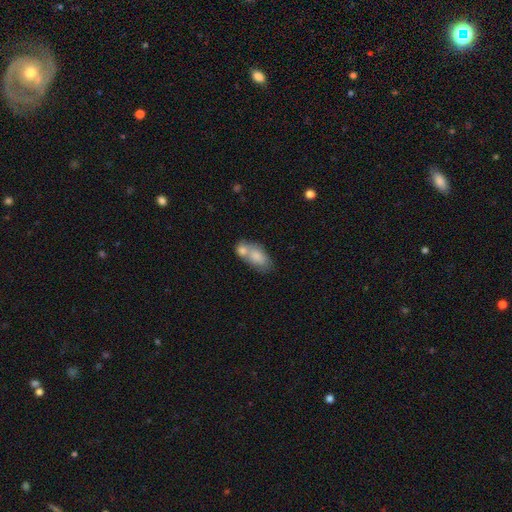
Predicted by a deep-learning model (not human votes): Morphology: type=smooth (77%); roundness=in between (89%); merging=merger (52%).